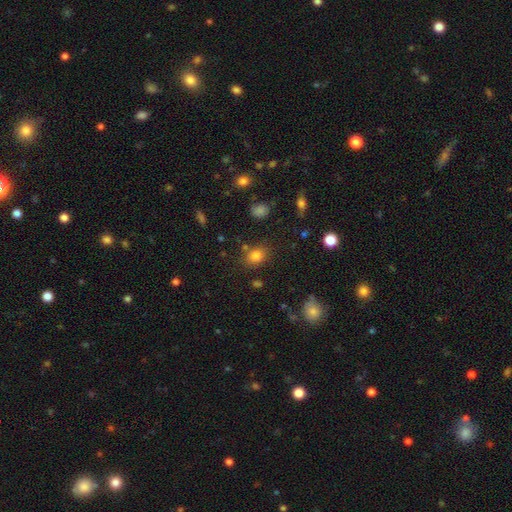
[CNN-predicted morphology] Smooth or featured? Predicted: smooth (p=0.81). How rounded? Predicted: in between (p=0.52). Merging? Predicted: none (p=0.76).